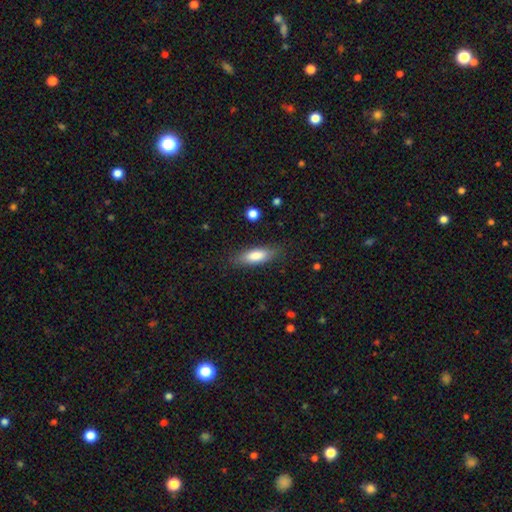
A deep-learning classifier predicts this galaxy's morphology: Q: Smooth or featured?
A: smooth (80%); runner-up: featured or disk (13%)
Q: How rounded?
A: in between (63%); runner-up: cigar-shaped (35%)
Q: Merging?
A: none (82%); runner-up: minor disturbance (13%)